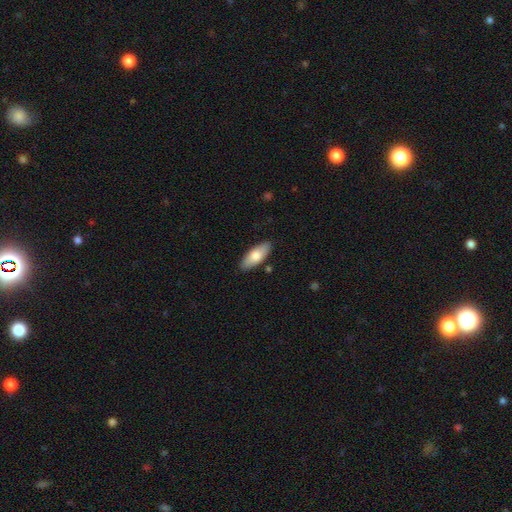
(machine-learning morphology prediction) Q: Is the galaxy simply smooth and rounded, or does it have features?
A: smooth — 76%.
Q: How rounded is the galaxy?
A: in between — 76%.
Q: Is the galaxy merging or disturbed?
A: none — 87%.